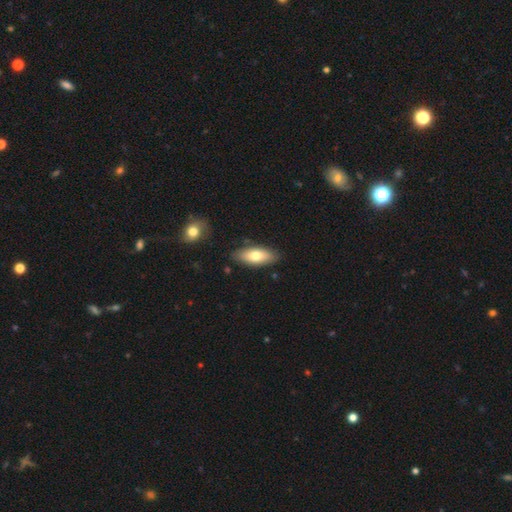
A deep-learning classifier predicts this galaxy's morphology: type=smooth (71%); roundness=in between (80%); merging=none (84%).